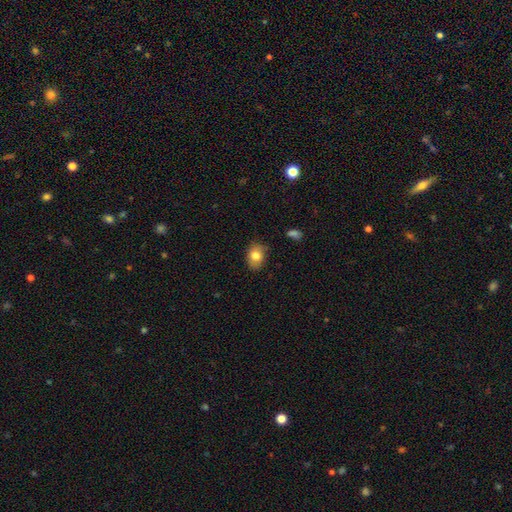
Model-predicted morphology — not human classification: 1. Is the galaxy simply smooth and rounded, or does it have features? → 80% smooth, 11% featured or disk, 9% star or artifact.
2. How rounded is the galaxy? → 66% in between, 33% round, 1% cigar-shaped.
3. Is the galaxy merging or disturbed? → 79% none, 17% minor disturbance, 3% major disturbance, 1% merger.